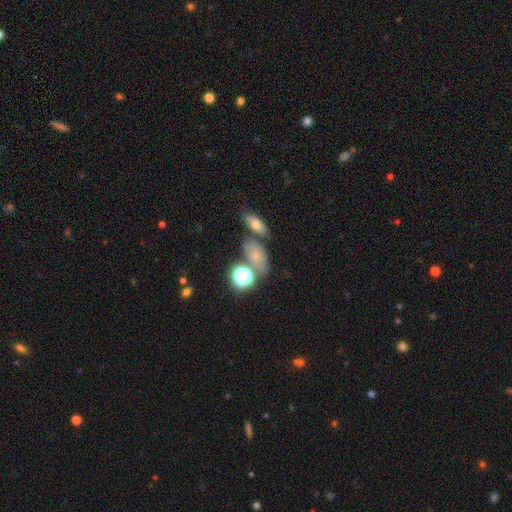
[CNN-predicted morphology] smooth 59%, star or artifact 24%, featured or disk 17%. Down the decision tree: how rounded — in between (69%); merging — none (57%).